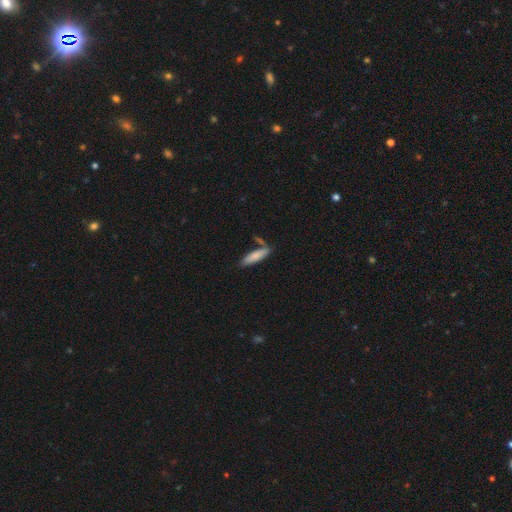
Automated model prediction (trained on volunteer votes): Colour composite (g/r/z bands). It shows a smooth galaxy with no disk features (76%) that is cigar-shaped (67%). Merging: none (64%).